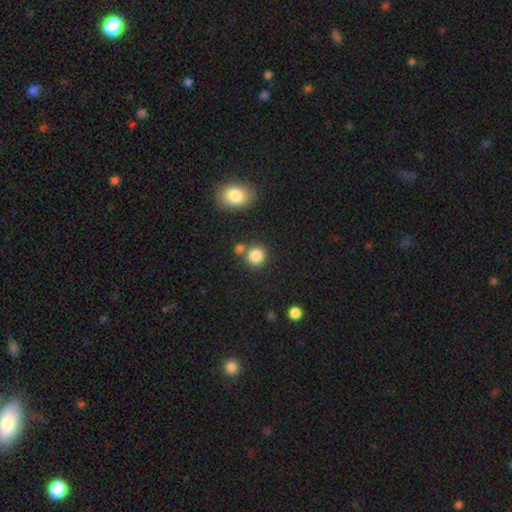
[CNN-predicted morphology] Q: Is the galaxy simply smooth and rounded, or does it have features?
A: smooth — 85%.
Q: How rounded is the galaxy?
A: round — 87%.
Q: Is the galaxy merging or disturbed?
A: none — 71%.